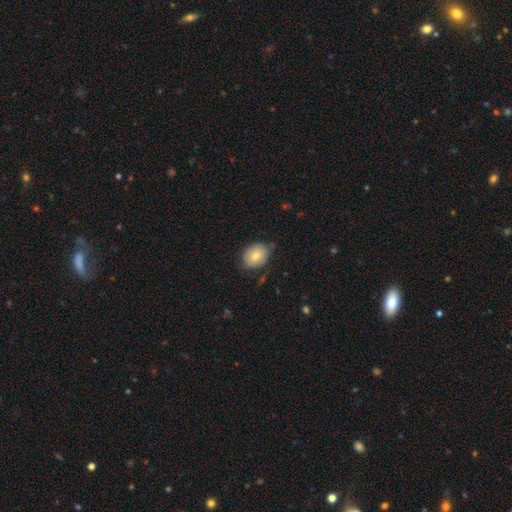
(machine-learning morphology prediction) This appears to be a smooth galaxy with no disk features (76%) that is in between round and cigar-shaped (61%). Merging: none (74%).